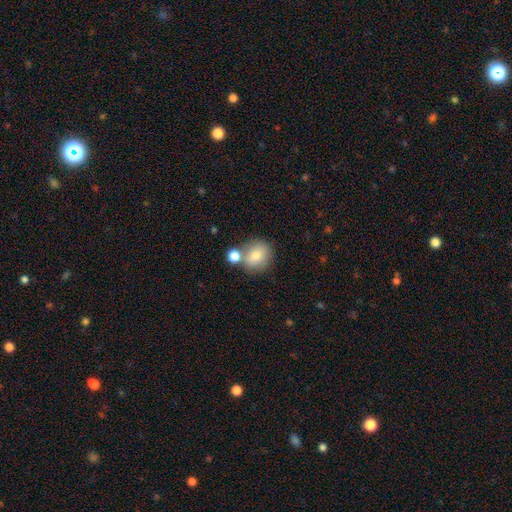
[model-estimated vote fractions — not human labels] smooth-or-featured: smooth: 77% | featured or disk: 13% | star or artifact: 9%
  how-rounded: round: 78% | in between: 21% | cigar-shaped: 1%
  merging: none: 58% | merger: 26% | minor disturbance: 12% | major disturbance: 4%